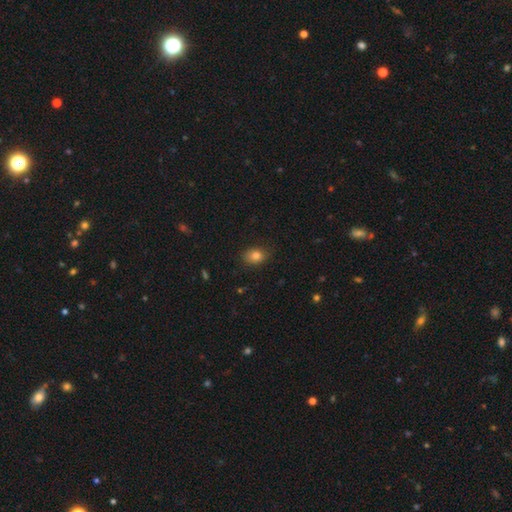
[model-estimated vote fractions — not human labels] Overall: smooth (81%). How rounded: in between (62%; round 37%). Merging: none (83%).